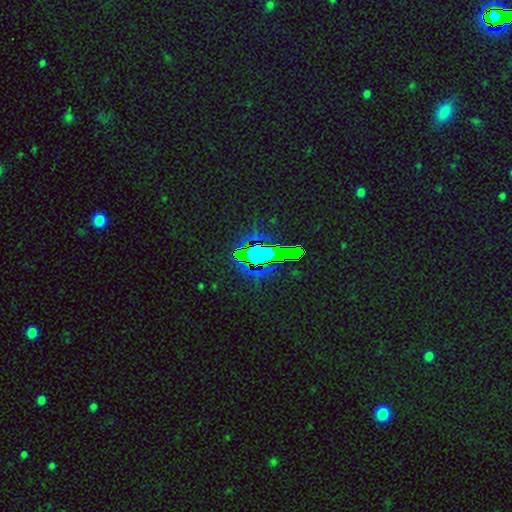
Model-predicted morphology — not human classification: Q: Smooth or featured?
A: star or artifact (76%); runner-up: smooth (14%)